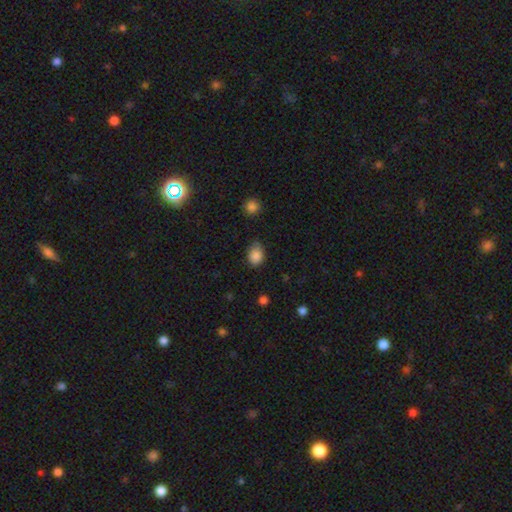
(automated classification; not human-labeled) Overall: smooth (86%). How rounded: in between (55%; round 44%). Merging: none (63%; minor disturbance 30%).